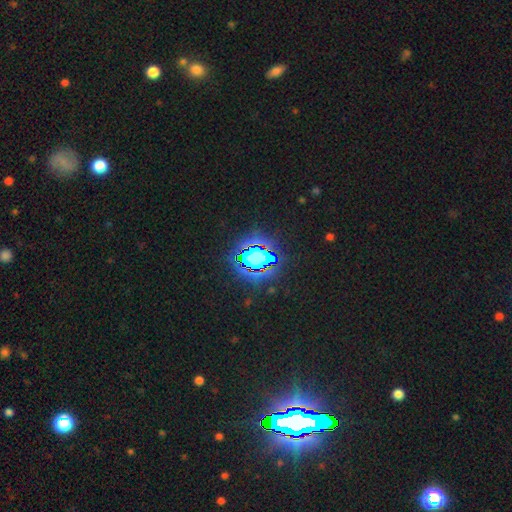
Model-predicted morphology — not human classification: Smooth or featured? Predicted: star or artifact (p=0.76).